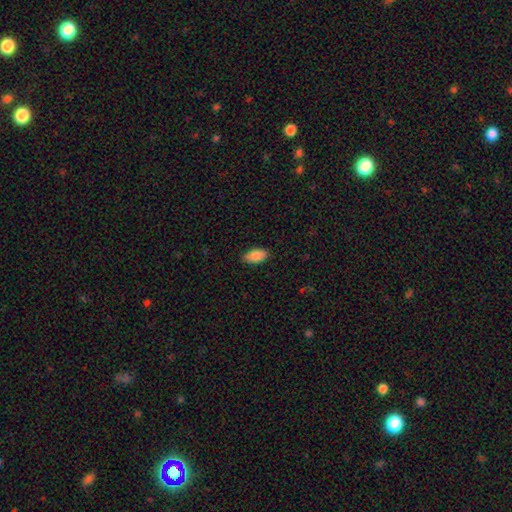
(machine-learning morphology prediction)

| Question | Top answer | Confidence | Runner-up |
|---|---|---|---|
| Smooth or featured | smooth | 87% | star or artifact (7%) |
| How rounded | in between | 93% | cigar-shaped (4%) |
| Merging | none | 88% | minor disturbance (9%) |